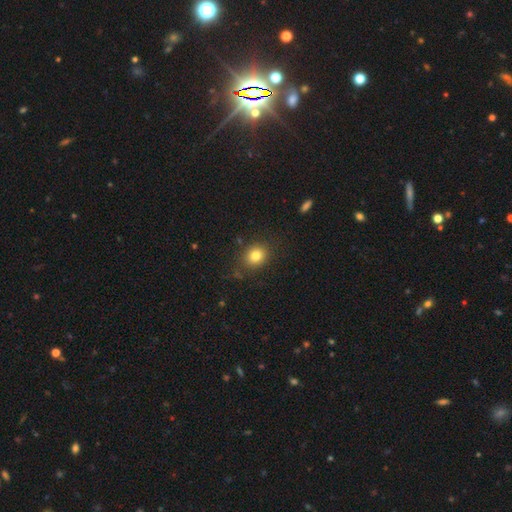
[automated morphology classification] This is clearly a smooth galaxy (80%). How rounded: likely round (65%). Merging: clearly none (83%).